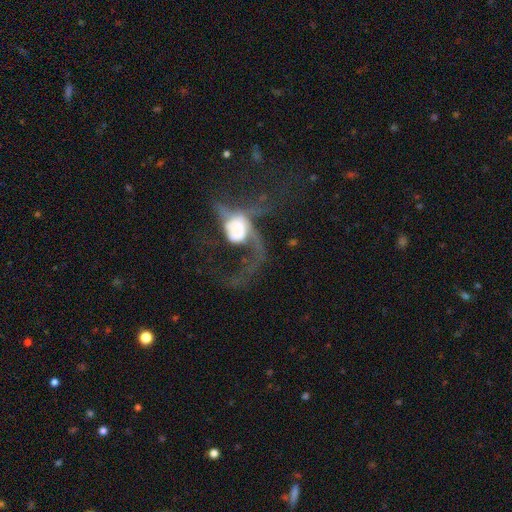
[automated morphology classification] This appears to be a featured or disk galaxy (71%) with no bar (63%), 2 (60%) loose (76%) spiral arms (76%) and a large central bulge (41%). Merging: major disturbance (50%).